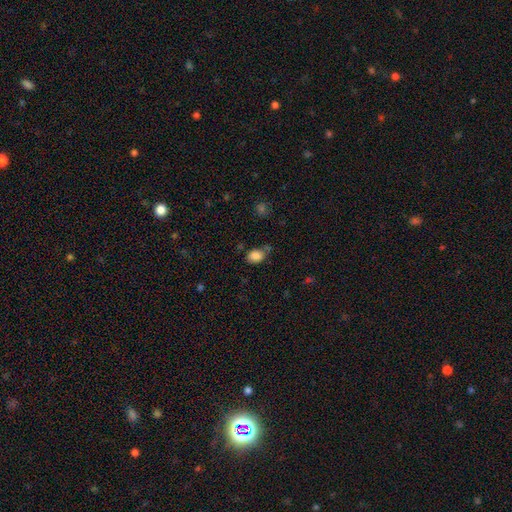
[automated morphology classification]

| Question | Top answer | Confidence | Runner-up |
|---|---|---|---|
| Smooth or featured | smooth | 85% | star or artifact (9%) |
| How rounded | in between | 77% | round (22%) |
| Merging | none | 60% | minor disturbance (24%) |